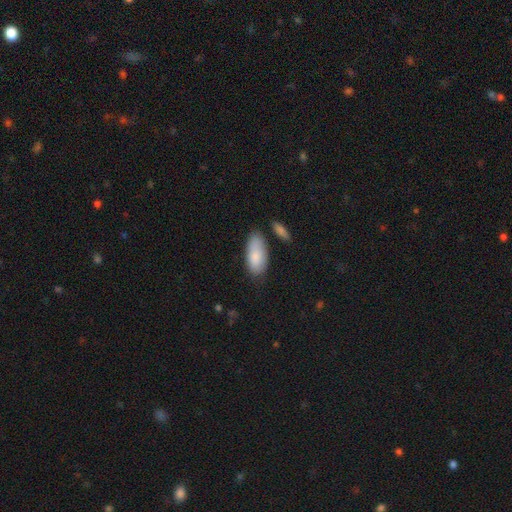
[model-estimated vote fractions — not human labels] Smooth or featured: smooth — 85% (featured or disk — 9%)
How rounded: in between — 91% (cigar-shaped — 7%)
Merging: none — 67% (minor disturbance — 21%)